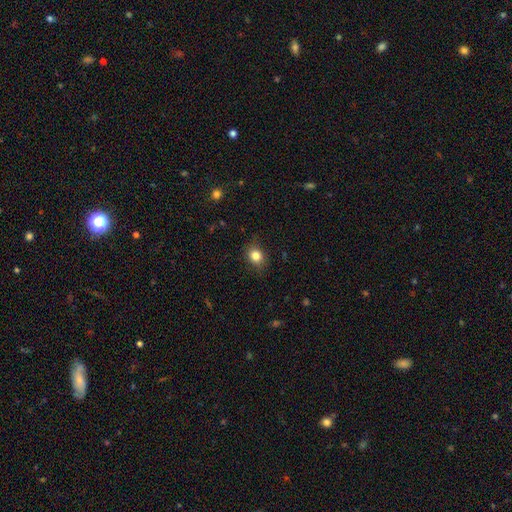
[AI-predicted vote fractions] A smooth galaxy with no disk features (83%) that is round (60%).

Vote fractions:
- Smooth or featured? smooth: 83% / star or artifact: 11% / featured or disk: 6%
- How rounded? round: 60% / in between: 39% / cigar-shaped: 1%
- Merging? none: 80% / minor disturbance: 15% / major disturbance: 4% / merger: 1%